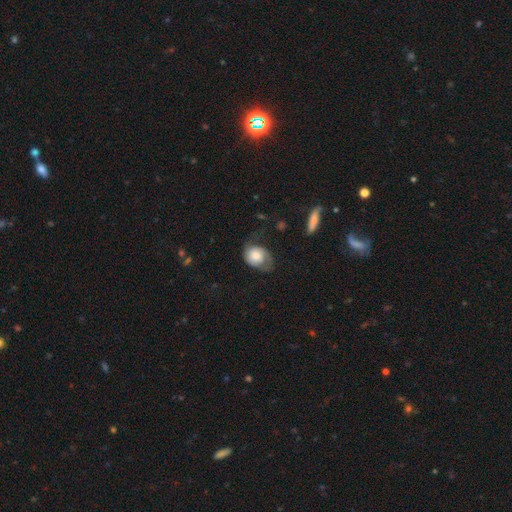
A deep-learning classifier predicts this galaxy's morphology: A smooth galaxy with no disk features (62%) that is in between round and cigar-shaped (56%).

Vote fractions:
- Smooth or featured? smooth: 62% / featured or disk: 31% / star or artifact: 7%
- How rounded? in between: 56% / round: 43% / cigar-shaped: 1%
- Merging? none: 35% (tied) / minor disturbance: 35% (tied) / major disturbance: 28% / merger: 2%